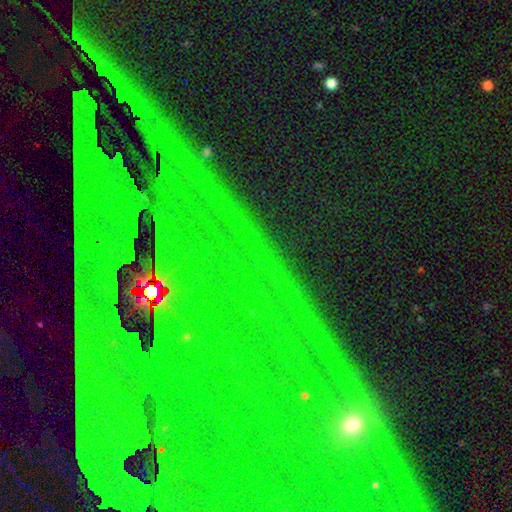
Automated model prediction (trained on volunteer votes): Smooth or featured?
  - star or artifact: 81% *
  - featured or disk: 10%
  - smooth: 8%